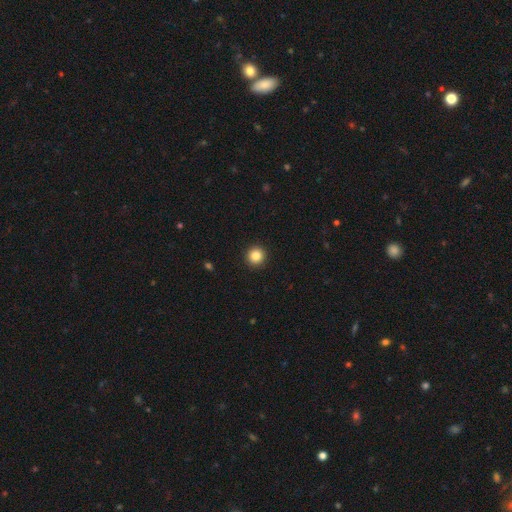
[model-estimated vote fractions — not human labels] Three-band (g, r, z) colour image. It shows a smooth galaxy with no disk features (85%) that is round (96%). Merging: none (93%).